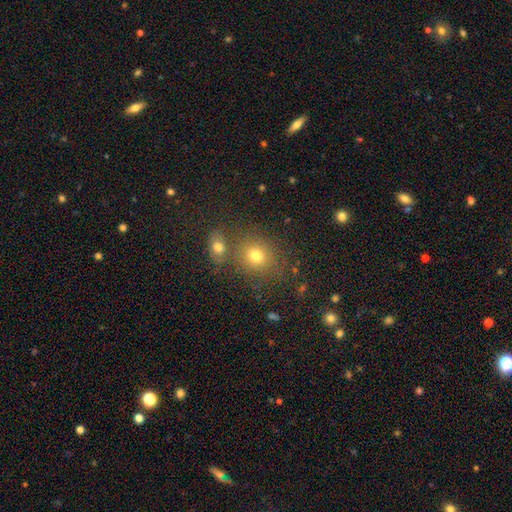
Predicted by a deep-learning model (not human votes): A smooth galaxy with no disk features (73%) that is round (72%).

Vote fractions:
- Smooth or featured? smooth: 73% / star or artifact: 17% / featured or disk: 11%
- How rounded? round: 72% / in between: 27% / cigar-shaped: 1%
- Merging? none: 67% / merger: 19% / minor disturbance: 10% / major disturbance: 4%